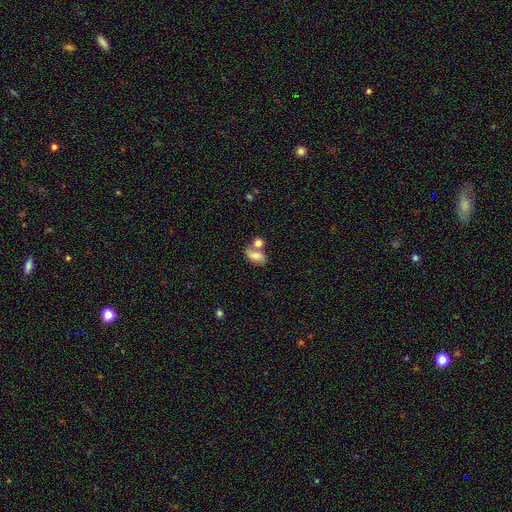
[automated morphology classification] A smooth galaxy with no disk features (70%) that is in between round and cigar-shaped (85%).

Vote fractions:
- Smooth or featured? smooth: 70% / featured or disk: 20% / star or artifact: 9%
- How rounded? in between: 85% / round: 11% / cigar-shaped: 3%
- Merging? merger: 47% / none: 31% / minor disturbance: 14% / major disturbance: 8%